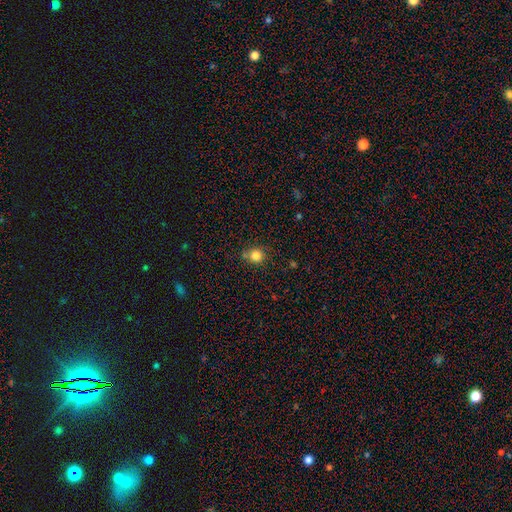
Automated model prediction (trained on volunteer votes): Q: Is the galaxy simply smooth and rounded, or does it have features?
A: smooth — 82%.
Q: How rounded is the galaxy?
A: round — 88%.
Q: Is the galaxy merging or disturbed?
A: none — 72%.